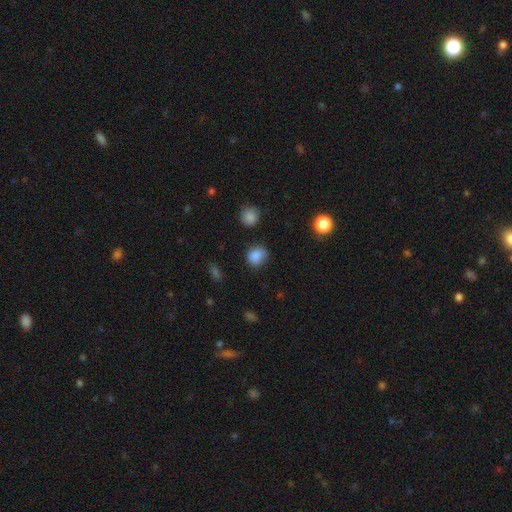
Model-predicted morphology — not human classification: Q: Smooth or featured?
A: smooth (85%); runner-up: star or artifact (11%)
Q: How rounded?
A: round (74%); runner-up: in between (25%)
Q: Merging?
A: none (78%); runner-up: minor disturbance (16%)